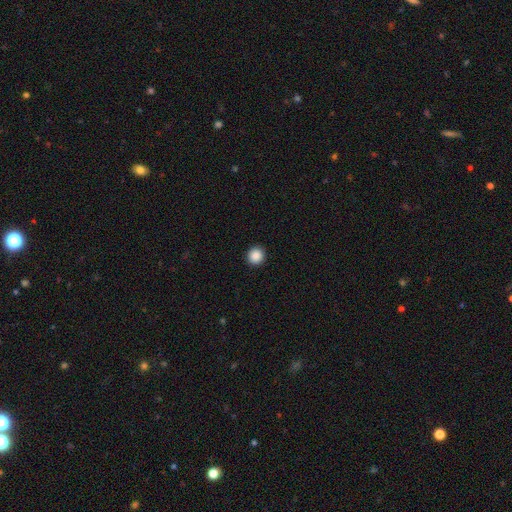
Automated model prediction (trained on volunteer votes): This is clearly a smooth galaxy (88%). How rounded: clearly round (94%). Merging: clearly none (93%).